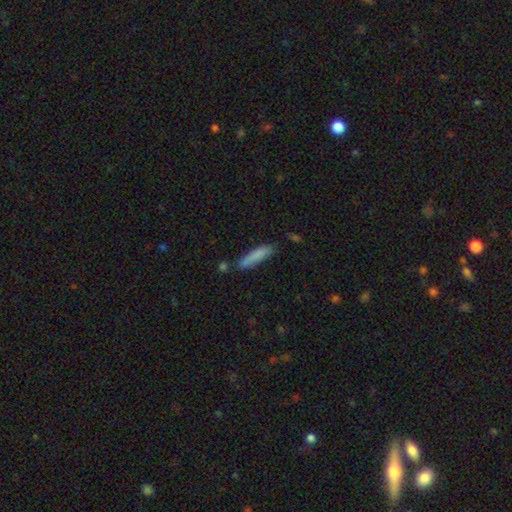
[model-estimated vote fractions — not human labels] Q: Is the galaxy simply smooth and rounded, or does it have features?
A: smooth — 82%.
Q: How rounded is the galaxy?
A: cigar-shaped — 85%.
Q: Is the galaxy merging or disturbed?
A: none — 75%.